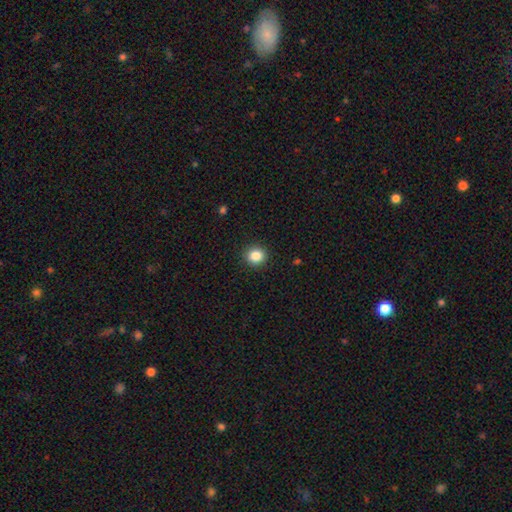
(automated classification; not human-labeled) smooth_or_featured: smooth (p=0.85) [alt: star or artifact p=0.10]
how_rounded: round (p=0.89) [alt: in between p=0.10]
merging: none (p=0.91) [alt: minor disturbance p=0.06]